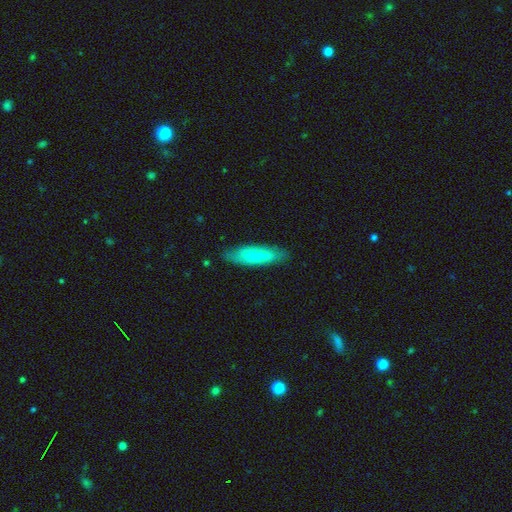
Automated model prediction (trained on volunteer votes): Q: Smooth or featured?
A: smooth (60%); runner-up: featured or disk (34%)
Q: How rounded?
A: cigar-shaped (62%); runner-up: in between (36%)
Q: Merging?
A: none (83%); runner-up: minor disturbance (13%)